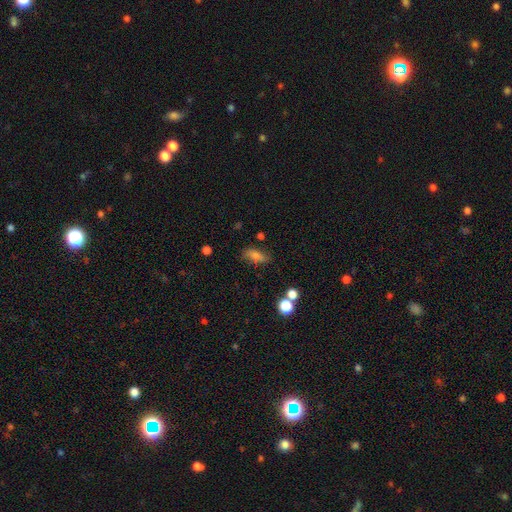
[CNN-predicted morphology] The model was most divided on "merging": none: 74%, minor disturbance: 18%, major disturbance: 5%, merger: 4%. More confident: how rounded — in between (76%); smooth or featured — smooth (72%).